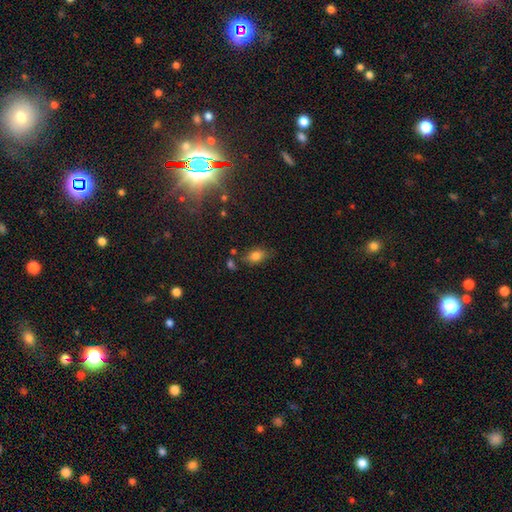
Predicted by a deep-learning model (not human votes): Smooth or featured: smooth — 79% (star or artifact — 12%)
How rounded: in between — 87% (round — 9%)
Merging: none — 70% (minor disturbance — 18%)